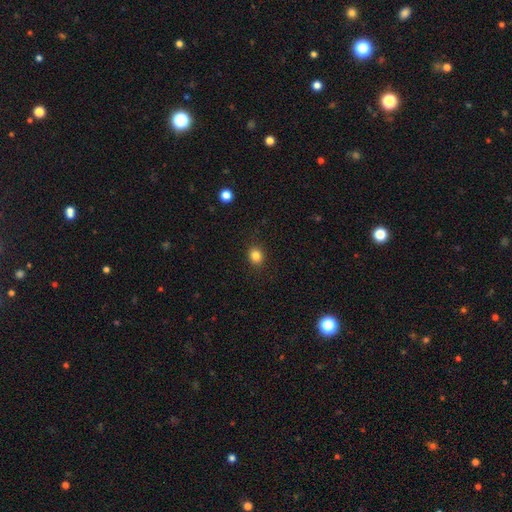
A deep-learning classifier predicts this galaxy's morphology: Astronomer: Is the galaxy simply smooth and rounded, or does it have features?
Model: smooth — 84%.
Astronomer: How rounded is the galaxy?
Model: round — 64%.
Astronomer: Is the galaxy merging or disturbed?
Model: none — 89%.